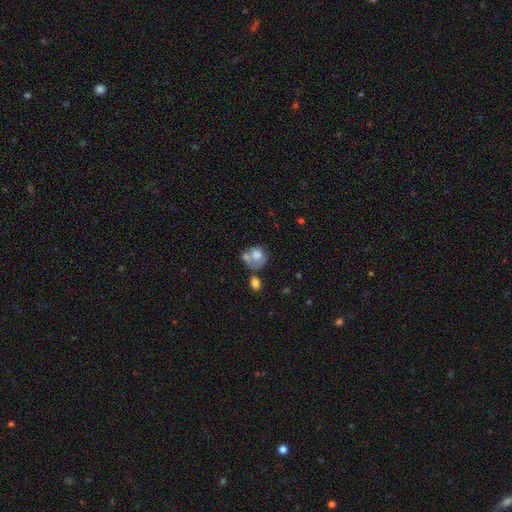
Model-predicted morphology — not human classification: Overall: smooth (67%). How rounded: round (65%; in between 34%). Merging: merger (41%; none 27%).